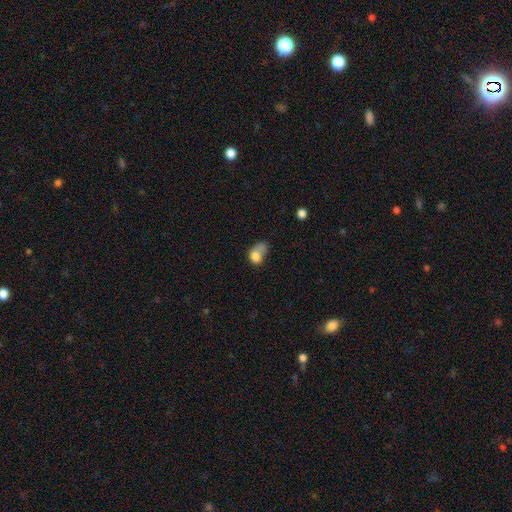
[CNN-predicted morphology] This is likely a smooth galaxy (74%). How rounded: likely in between (67%). Merging: marginally major disturbance (32%).